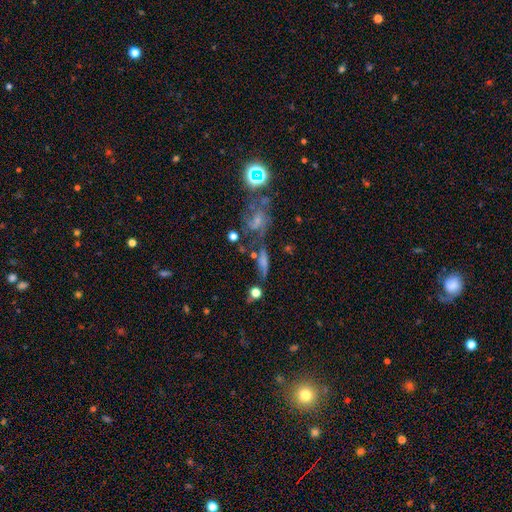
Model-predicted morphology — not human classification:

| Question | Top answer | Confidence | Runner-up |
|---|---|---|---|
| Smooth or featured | featured or disk | 38% | star or artifact (36%) |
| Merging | none | 51% | merger (19%) |